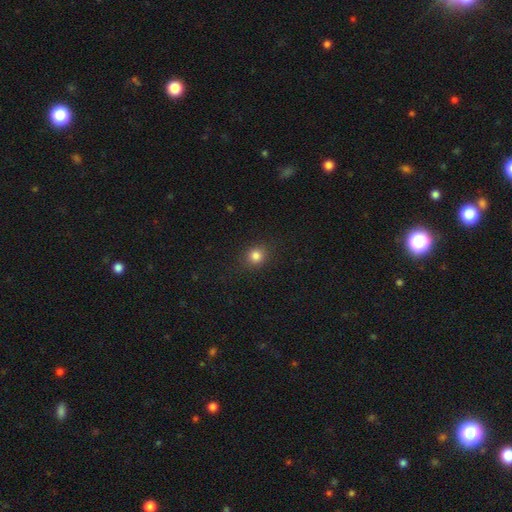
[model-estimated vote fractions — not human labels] This is clearly a smooth galaxy (83%). How rounded: likely round (79%). Merging: clearly none (88%).